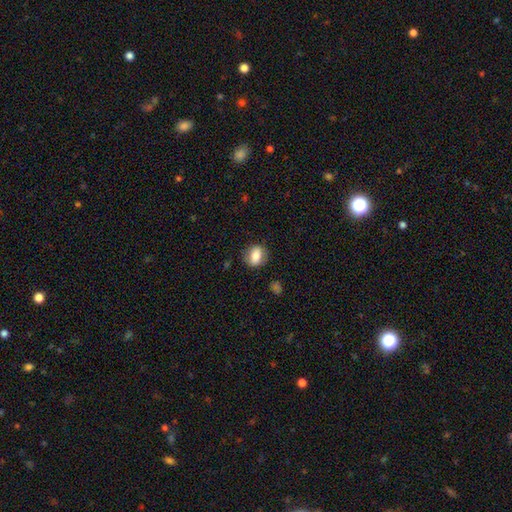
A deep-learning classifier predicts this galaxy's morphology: This appears to be a smooth galaxy with no disk features (79%) that is in between round and cigar-shaped (55%). Merging: none (81%).